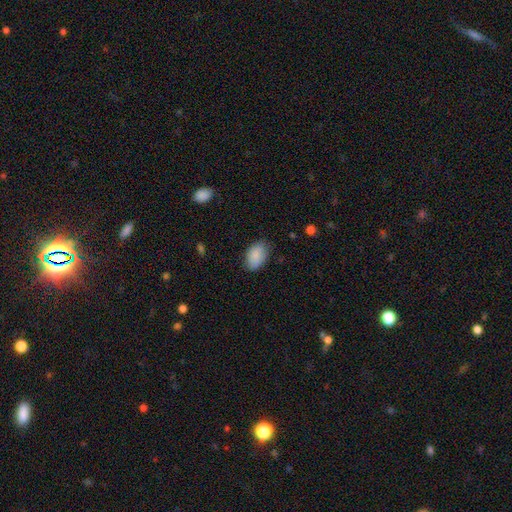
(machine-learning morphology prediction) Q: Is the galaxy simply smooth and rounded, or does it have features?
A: smooth — 86%.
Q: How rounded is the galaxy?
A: in between — 91%.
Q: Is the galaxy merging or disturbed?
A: none — 78%.